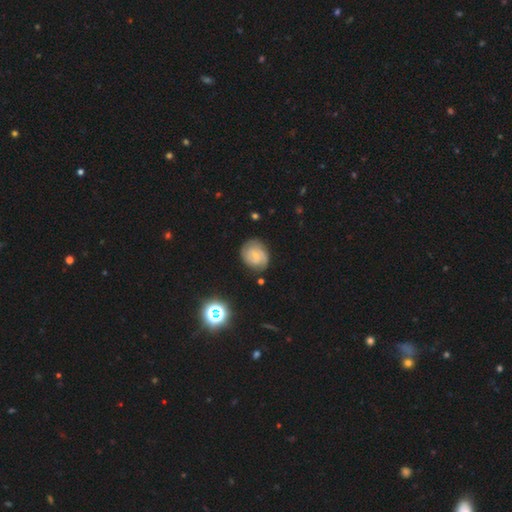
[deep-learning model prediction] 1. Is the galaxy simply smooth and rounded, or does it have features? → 57% featured or disk, 34% smooth, 9% star or artifact.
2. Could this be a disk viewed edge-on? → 97% no, 3% yes.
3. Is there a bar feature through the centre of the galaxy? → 60% no, 34% weak, 6% strong.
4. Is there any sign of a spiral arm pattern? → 84% yes, 16% no.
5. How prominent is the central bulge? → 69% small, 24% moderate, 5% none, 1% large, 1% dominant.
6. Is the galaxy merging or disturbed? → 70% none, 22% minor disturbance, 6% major disturbance, 2% merger.